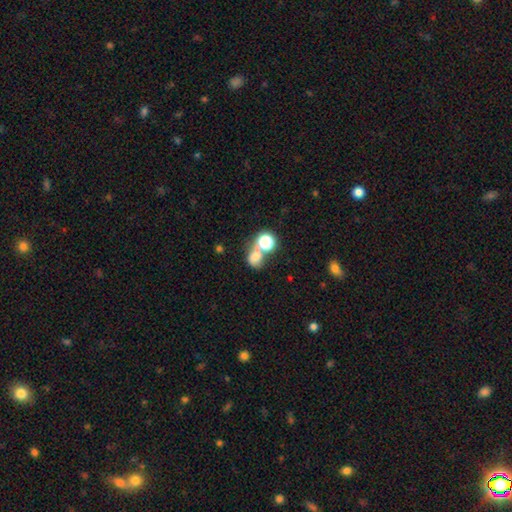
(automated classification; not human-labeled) Smooth or featured: smooth — 68% (star or artifact — 19%)
How rounded: round — 54% (in between — 44%)
Merging: merger — 53% (none — 29%)